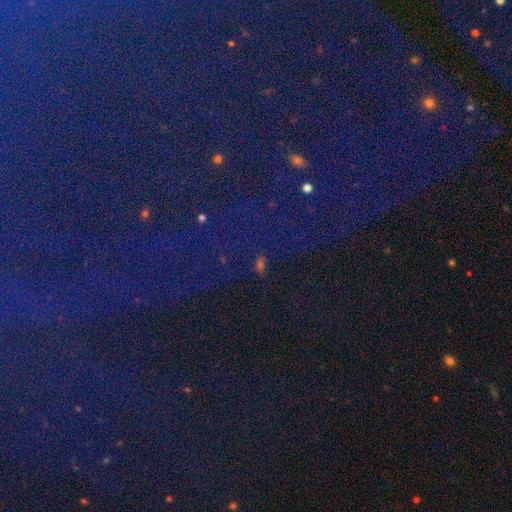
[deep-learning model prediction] smooth-or-featured: star or artifact: 85% | smooth: 8% | featured or disk: 7%